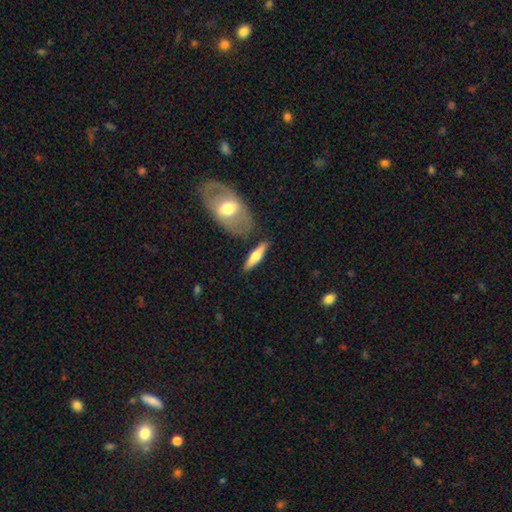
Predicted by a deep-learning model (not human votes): A smooth galaxy with no disk features (50%).

Vote fractions:
- Smooth or featured? smooth: 50% / featured or disk: 45% / star or artifact: 5%
- Merging? none: 80% / minor disturbance: 11% / merger: 6% / major disturbance: 3%